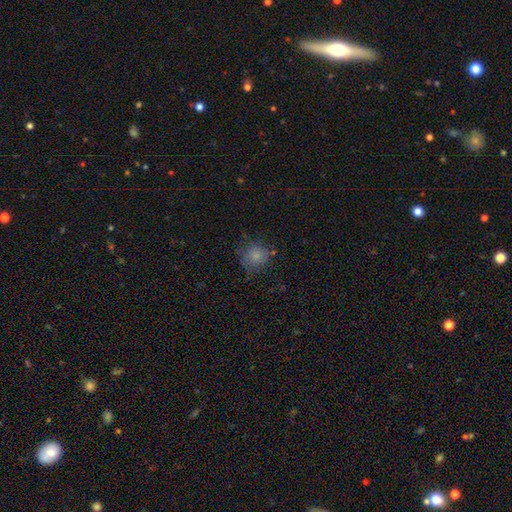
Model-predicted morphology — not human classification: A smooth galaxy with no disk features (81%) that is round (86%).

Vote fractions:
- Smooth or featured? smooth: 81% / star or artifact: 11% / featured or disk: 8%
- How rounded? round: 86% / in between: 13% / cigar-shaped: 1%
- Merging? none: 68% / minor disturbance: 21% / major disturbance: 8% / merger: 3%